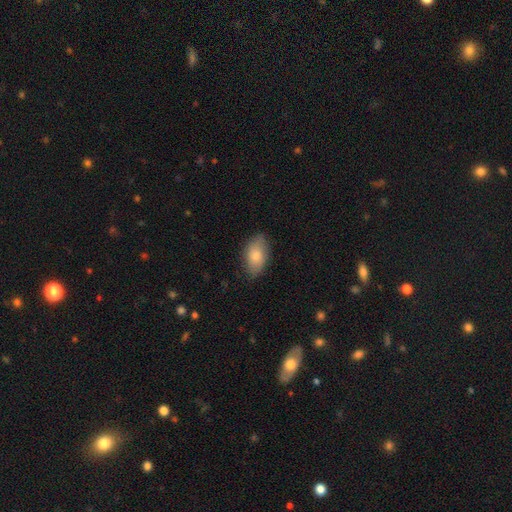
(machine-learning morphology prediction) Smooth or featured? Predicted: smooth (p=0.78). How rounded? Predicted: in between (p=0.93). Merging? Predicted: none (p=0.79).